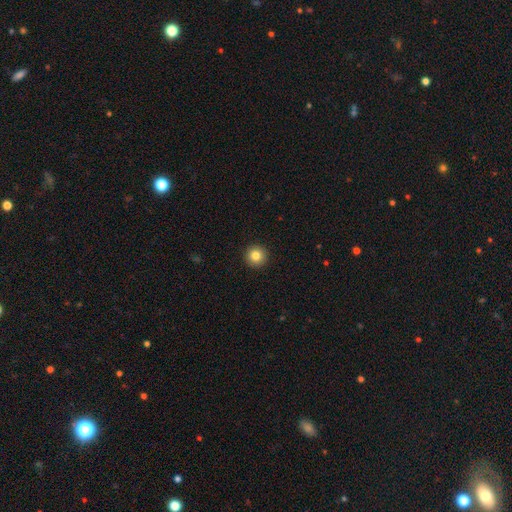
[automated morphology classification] This appears to be a smooth galaxy with no disk features (83%) that is round (96%). Merging: none (94%).